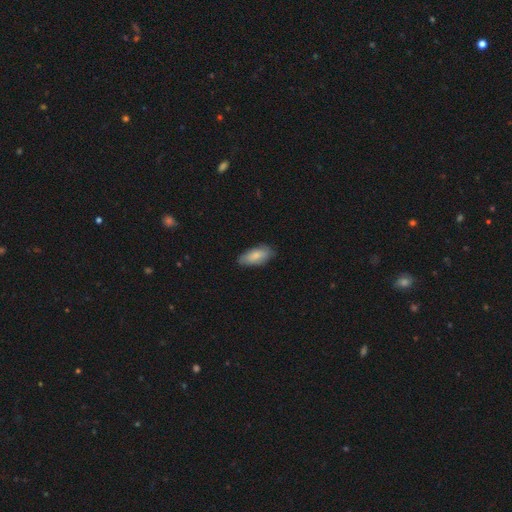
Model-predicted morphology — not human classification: Smooth or featured: smooth — 83% (featured or disk — 12%)
How rounded: in between — 85% (cigar-shaped — 13%)
Merging: none — 81% (minor disturbance — 15%)